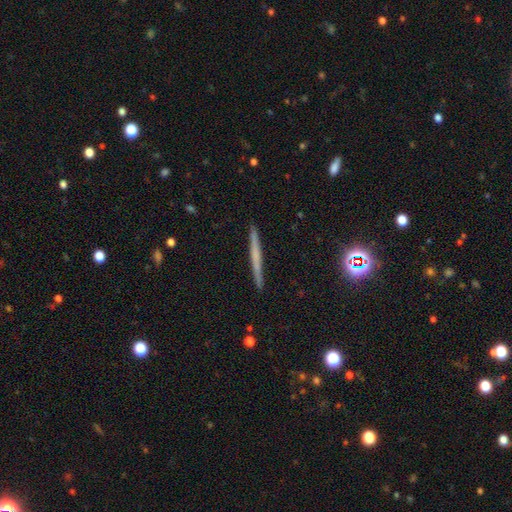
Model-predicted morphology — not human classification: Smooth or featured? featured or disk (49%)
Merging? none (92%)